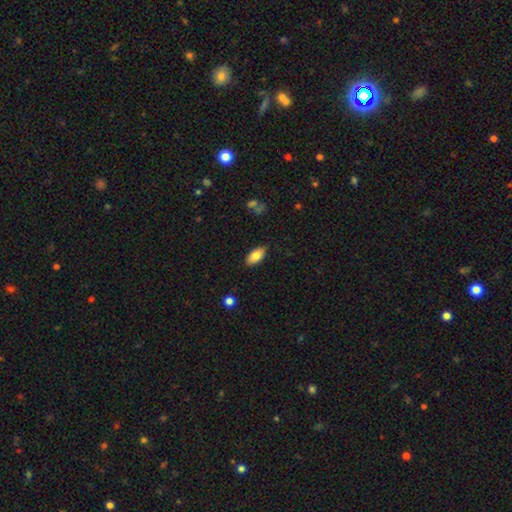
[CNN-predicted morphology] Q: Smooth or featured?
A: smooth (82%); runner-up: featured or disk (11%)
Q: How rounded?
A: in between (92%); runner-up: cigar-shaped (5%)
Q: Merging?
A: none (86%); runner-up: minor disturbance (11%)